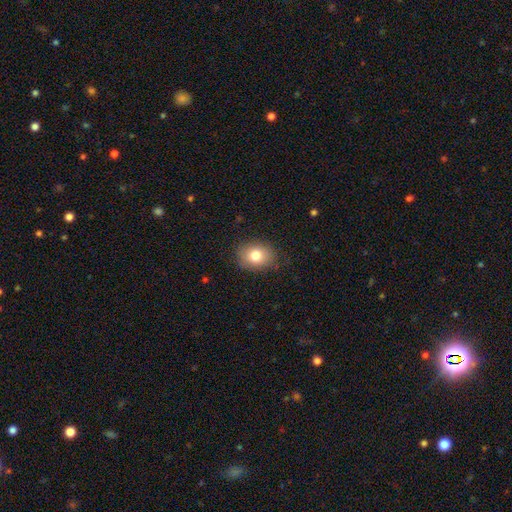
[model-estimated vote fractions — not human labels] Smooth or featured? smooth (79%)
How rounded? in between (54%)
Merging? none (84%)